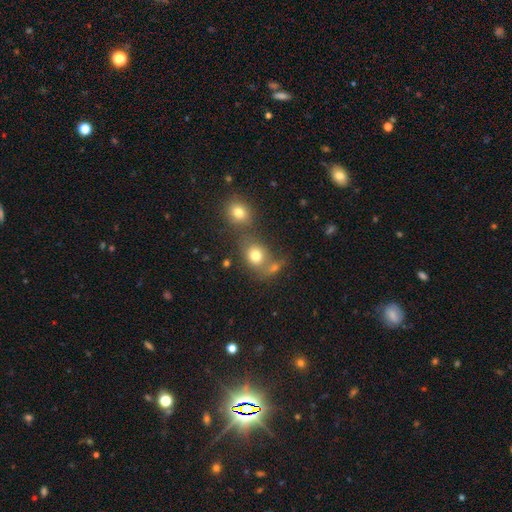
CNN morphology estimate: Smooth or featured: smooth — 76% (star or artifact — 13%)
How rounded: round — 62% (in between — 37%)
Merging: none — 47% (merger — 35%)